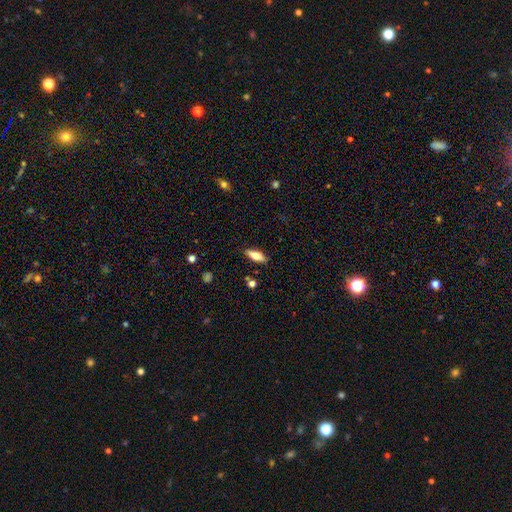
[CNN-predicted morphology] A smooth galaxy with no disk features (67%) that is in between round and cigar-shaped (63%). Merging: none (87%).